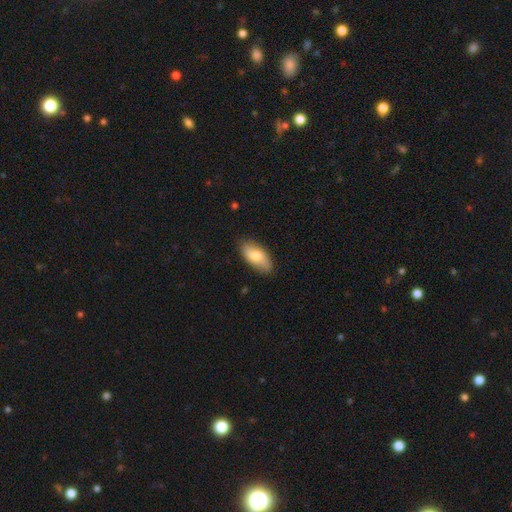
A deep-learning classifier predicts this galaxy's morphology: type=smooth (72%); roundness=in between (90%); merging=none (83%).